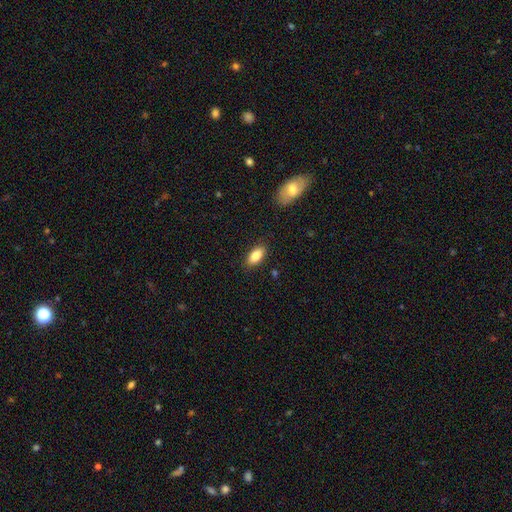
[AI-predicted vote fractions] Overall: smooth (85%). How rounded: in between (89%). Merging: none (87%).